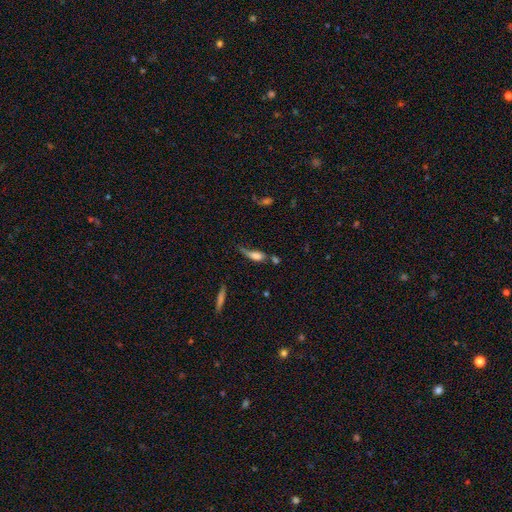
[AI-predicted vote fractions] Q: Smooth or featured?
A: smooth (62%); runner-up: featured or disk (27%)
Q: How rounded?
A: in between (59%); runner-up: cigar-shaped (35%)
Q: Merging?
A: major disturbance (28%); runner-up: minor disturbance (27%)